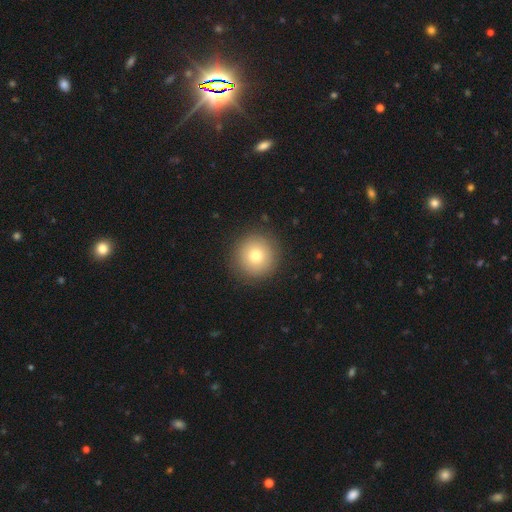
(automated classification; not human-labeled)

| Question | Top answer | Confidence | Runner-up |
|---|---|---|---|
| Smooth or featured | smooth | 77% | featured or disk (12%) |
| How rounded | round | 95% | in between (4%) |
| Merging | none | 91% | minor disturbance (6%) |